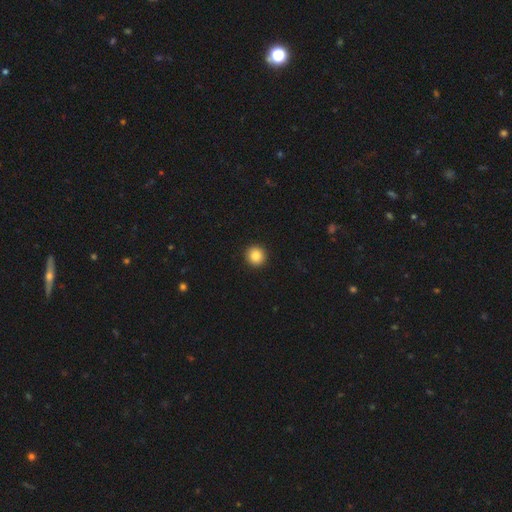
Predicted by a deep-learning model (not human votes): Smooth or featured: smooth — 87% (star or artifact — 9%)
How rounded: round — 94% (in between — 5%)
Merging: none — 93% (minor disturbance — 4%)